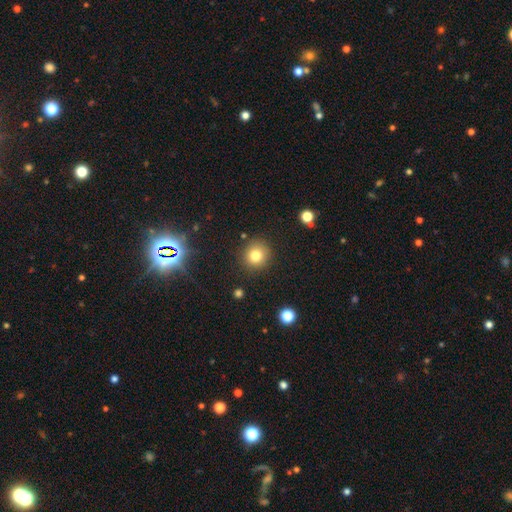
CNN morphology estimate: Smooth or featured: smooth — 79% (star or artifact — 13%)
How rounded: round — 90% (in between — 9%)
Merging: none — 87% (minor disturbance — 8%)